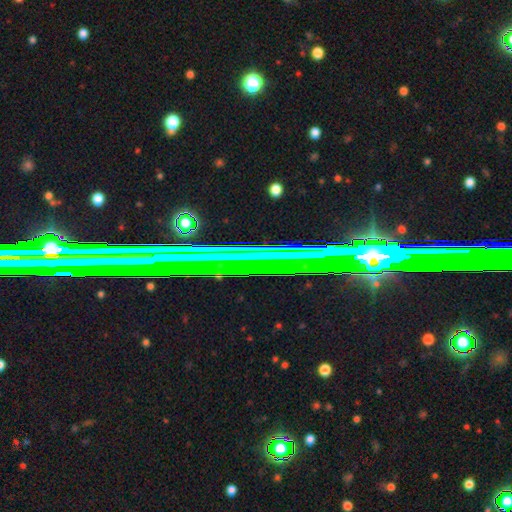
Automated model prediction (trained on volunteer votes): smooth_or_featured: star or artifact (p=0.63) [alt: featured or disk p=0.27]